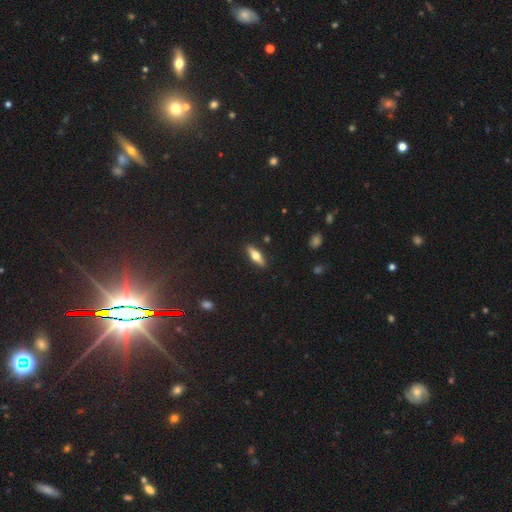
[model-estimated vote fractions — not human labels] Smooth or featured? Predicted: featured or disk (p=0.50). Merging? Predicted: none (p=0.90).